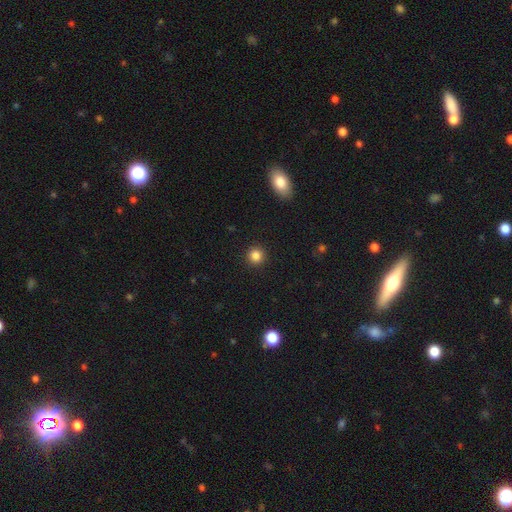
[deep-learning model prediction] Smooth or featured? smooth (84%)
How rounded? round (94%)
Merging? none (92%)